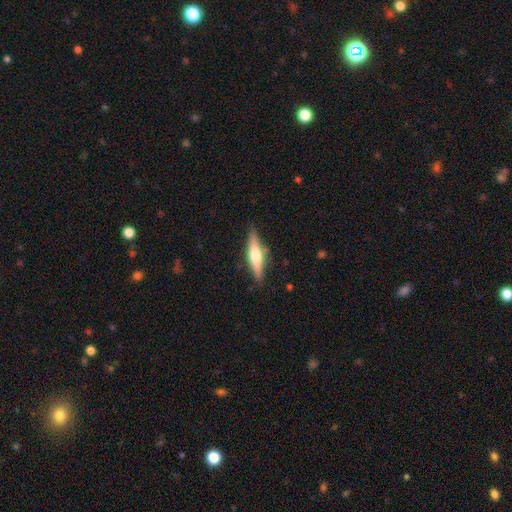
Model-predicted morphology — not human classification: A featured or disk galaxy (58%) viewed edge-on (96%) with a rounded central bulge (88%). Merging: none (85%).